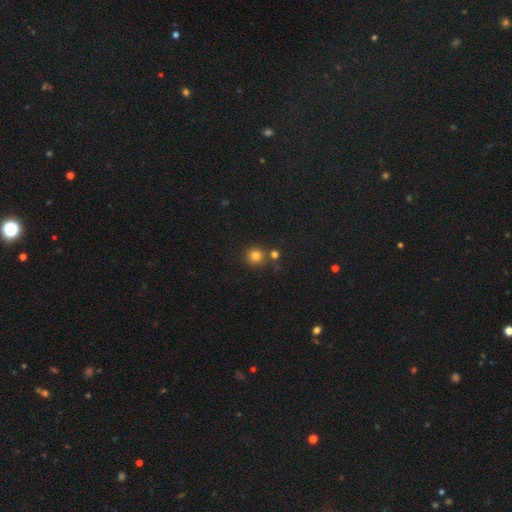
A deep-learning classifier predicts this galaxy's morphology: This appears to be a smooth galaxy with no disk features (80%) that is round (93%). Merging: none (75%).